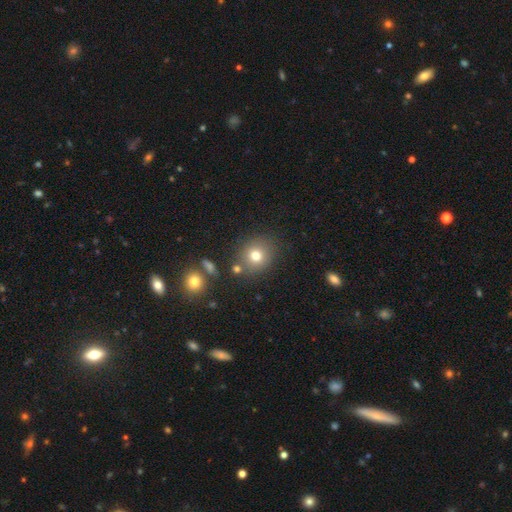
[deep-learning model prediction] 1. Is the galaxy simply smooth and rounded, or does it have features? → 75% smooth, 14% star or artifact, 11% featured or disk.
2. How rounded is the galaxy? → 81% round, 18% in between, 1% cigar-shaped.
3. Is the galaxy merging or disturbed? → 78% none, 10% minor disturbance, 8% merger, 4% major disturbance.